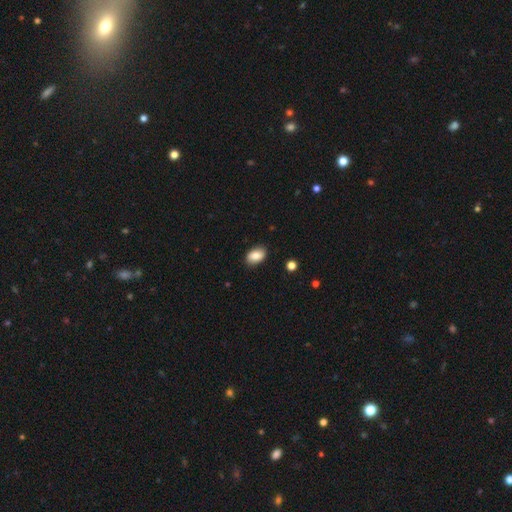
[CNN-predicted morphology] Smooth or featured?
  - smooth: 84% *
  - featured or disk: 8%
  - star or artifact: 8%
How rounded?
  - in between: 89% *
  - round: 9%
  - cigar-shaped: 1%
Merging?
  - none: 86% *
  - minor disturbance: 11%
  - major disturbance: 2%
  - merger: 1%